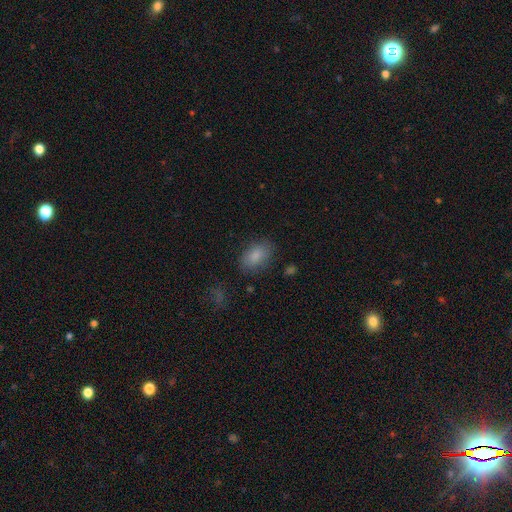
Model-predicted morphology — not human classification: type=smooth (85%); roundness=in between (88%); merging=none (78%).